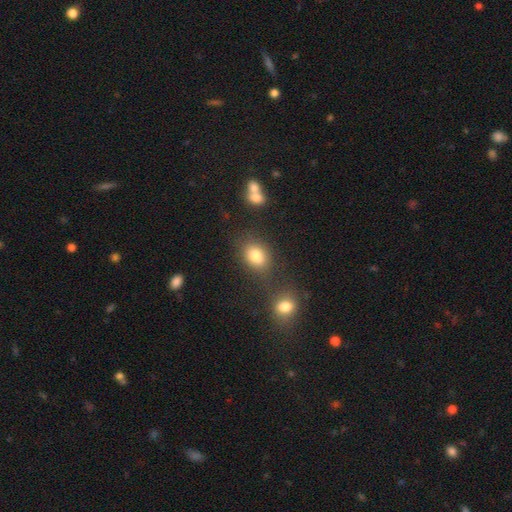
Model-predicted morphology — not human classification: Smooth or featured: smooth — 81% (star or artifact — 11%)
How rounded: in between — 62% (round — 37%)
Merging: none — 67% (merger — 15%)